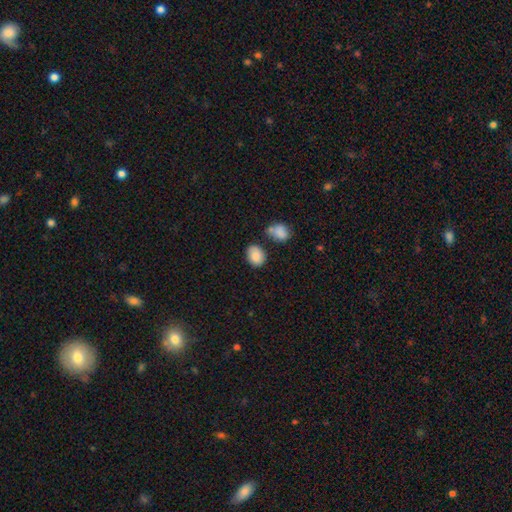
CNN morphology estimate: Smooth or featured? Predicted: smooth (p=0.85). How rounded? Predicted: in between (p=0.62). Merging? Predicted: none (p=0.70).